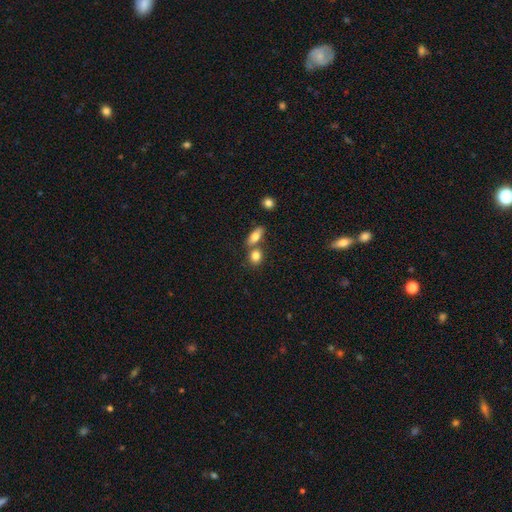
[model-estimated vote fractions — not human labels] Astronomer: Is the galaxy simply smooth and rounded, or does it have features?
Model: smooth — 81%.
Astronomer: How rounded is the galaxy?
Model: round — 52% (runner-up: in between, 44%).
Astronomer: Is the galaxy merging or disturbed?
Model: none — 52% (runner-up: merger, 36%).